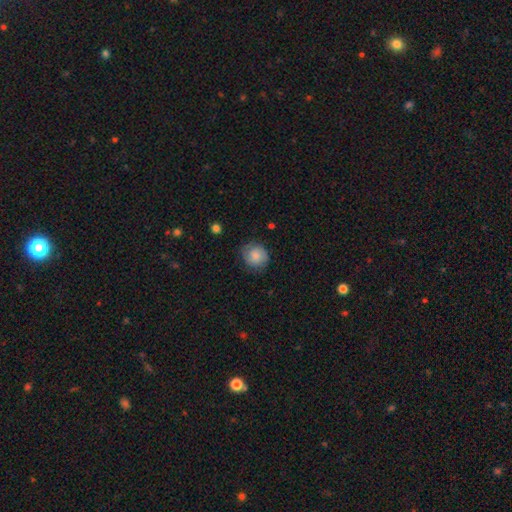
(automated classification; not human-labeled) A smooth galaxy with no disk features (79%) that is round (83%). Merging: none (76%).